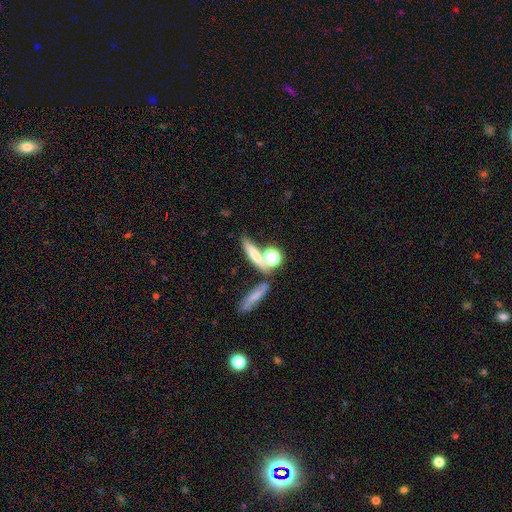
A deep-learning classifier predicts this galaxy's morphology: This appears to be a smooth galaxy with no disk features (65%) that is cigar-shaped (58%). Merging: none (56%).